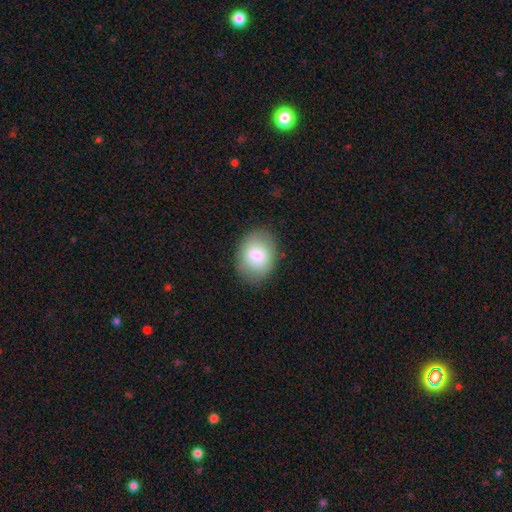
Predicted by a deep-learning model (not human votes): smooth-or-featured: smooth: 75% | featured or disk: 18% | star or artifact: 7%
  how-rounded: in between: 65% | round: 34% | cigar-shaped: 1%
  merging: none: 82% | minor disturbance: 13% | major disturbance: 4% | merger: 1%